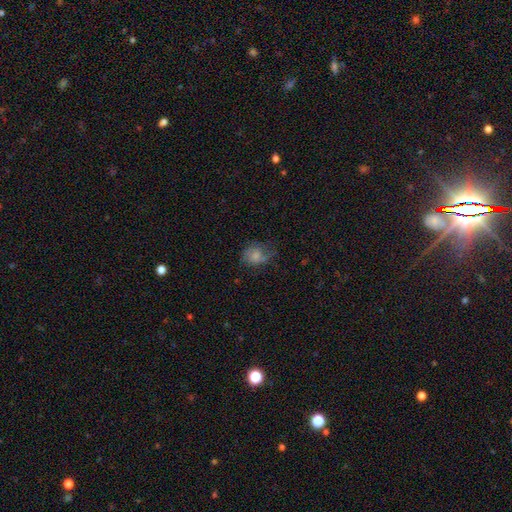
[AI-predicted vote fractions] A smooth galaxy with no disk features (56%) that is in between round and cigar-shaped (51%).

Vote fractions:
- Smooth or featured? smooth: 56% / featured or disk: 33% / star or artifact: 11%
- How rounded? in between: 51% / round: 48% / cigar-shaped: 1%
- Merging? none: 49% / minor disturbance: 29% / major disturbance: 20% / merger: 2%